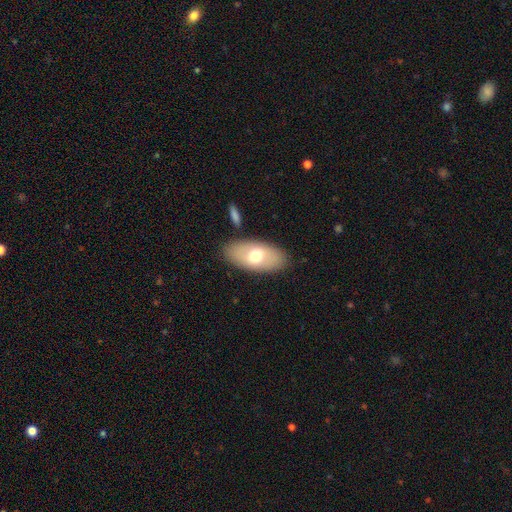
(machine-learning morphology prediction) smooth-or-featured: smooth: 65% | featured or disk: 29% | star or artifact: 6%
  how-rounded: in between: 92% | round: 4% | cigar-shaped: 4%
  merging: none: 83% | minor disturbance: 11% | merger: 3% | major disturbance: 3%